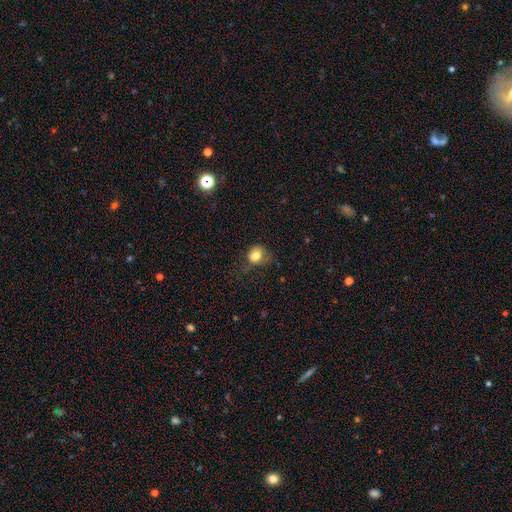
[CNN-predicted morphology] This appears to be a smooth galaxy with no disk features (81%) that is round (66%). Merging: none (51%).